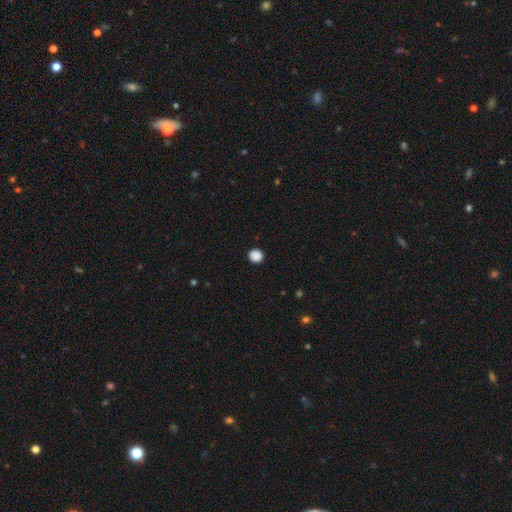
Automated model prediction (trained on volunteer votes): The model was most divided on "how rounded": round: 89%, in between: 10%, cigar-shaped: 1%. More confident: merging — none (92%); smooth or featured — smooth (88%).